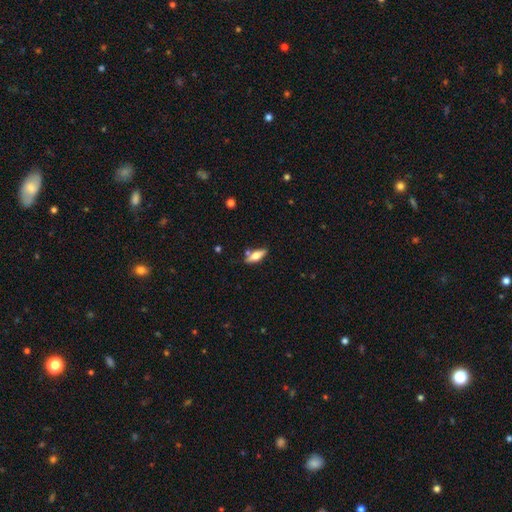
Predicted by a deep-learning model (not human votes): A smooth galaxy with no disk features (54%) that is in between round and cigar-shaped (58%).

Vote fractions:
- Smooth or featured? smooth: 54% / featured or disk: 39% / star or artifact: 7%
- How rounded? in between: 58% / cigar-shaped: 39% / round: 3%
- Merging? none: 75% / minor disturbance: 13% / merger: 9% / major disturbance: 3%